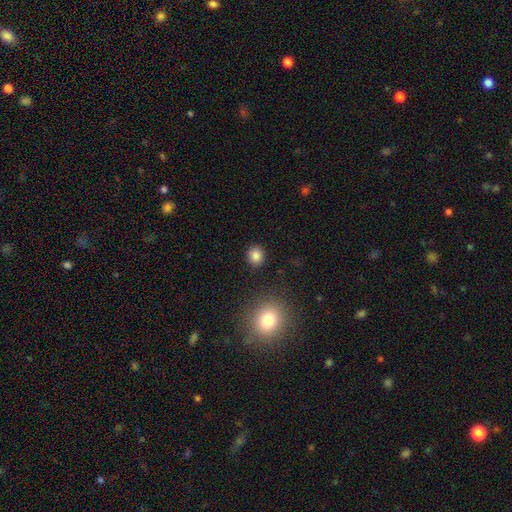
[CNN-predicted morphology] Smooth or featured? Predicted: smooth (p=0.84). How rounded? Predicted: round (p=0.81). Merging? Predicted: none (p=0.89).